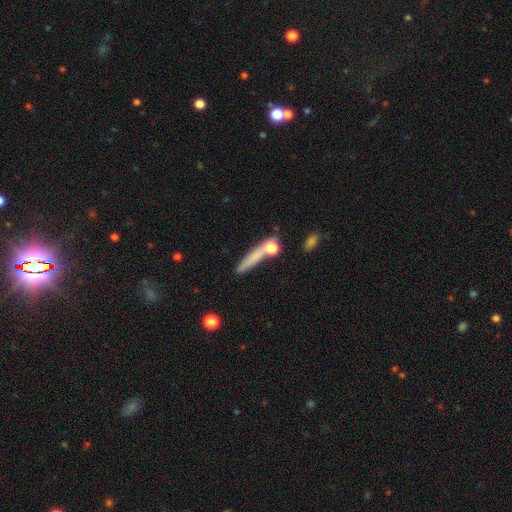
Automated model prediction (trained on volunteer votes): Overall: smooth (61%; featured or disk 28%). How rounded: cigar-shaped (80%). Merging: none (62%).